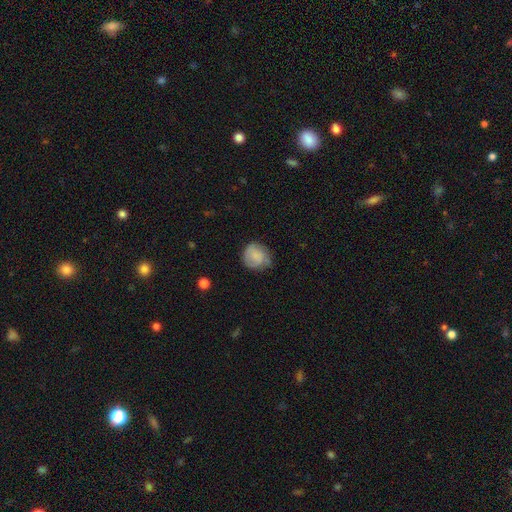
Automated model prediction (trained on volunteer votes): A smooth galaxy with no disk features (67%) that is round (83%).

Vote fractions:
- Smooth or featured? smooth: 67% / featured or disk: 26% / star or artifact: 7%
- How rounded? round: 83% / in between: 16% / cigar-shaped: 1%
- Merging? none: 63% / minor disturbance: 27% / major disturbance: 8% / merger: 2%